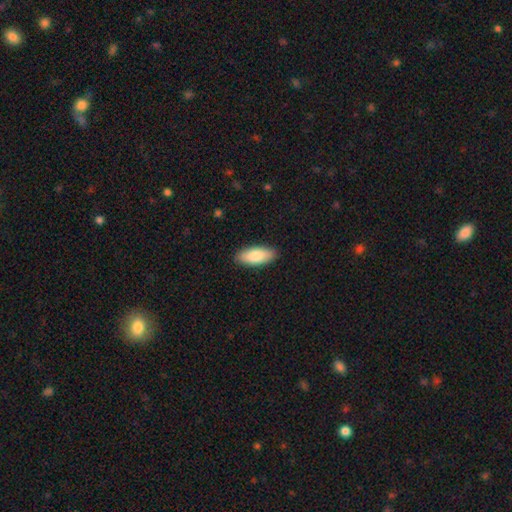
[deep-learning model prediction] smooth_or_featured: smooth (p=0.83) [alt: featured or disk p=0.12]
how_rounded: in between (p=0.82) [alt: cigar-shaped p=0.16]
merging: none (p=0.89) [alt: minor disturbance p=0.09]